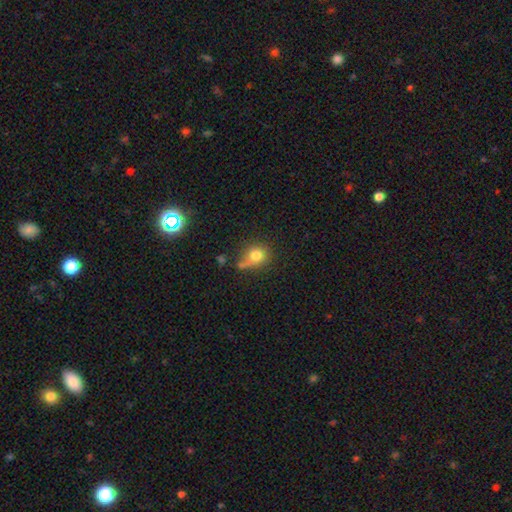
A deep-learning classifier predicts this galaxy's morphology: smooth_or_featured: smooth (p=0.79) [alt: star or artifact p=0.11]
how_rounded: round (p=0.71) [alt: in between p=0.28]
merging: none (p=0.49) [alt: minor disturbance p=0.25]